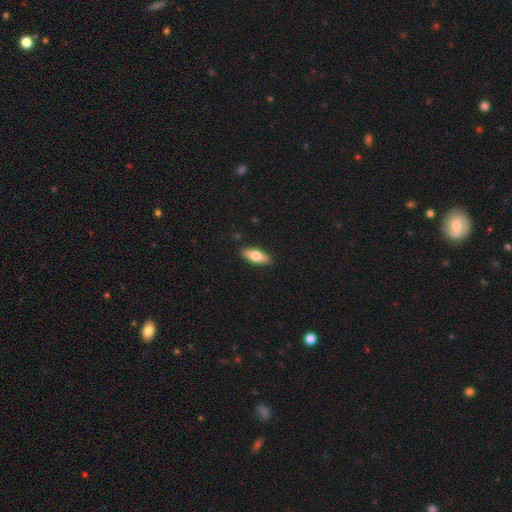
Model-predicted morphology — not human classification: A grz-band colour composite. It shows a smooth galaxy with no disk features (71%) that is in between round and cigar-shaped (74%). Merging: none (89%).